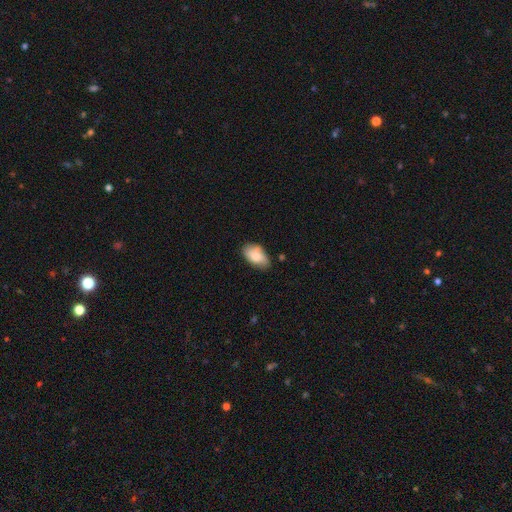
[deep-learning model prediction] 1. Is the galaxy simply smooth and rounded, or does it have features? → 71% smooth, 22% featured or disk, 7% star or artifact.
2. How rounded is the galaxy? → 93% in between, 6% round, 2% cigar-shaped.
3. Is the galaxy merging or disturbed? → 64% none, 28% minor disturbance, 5% major disturbance, 3% merger.